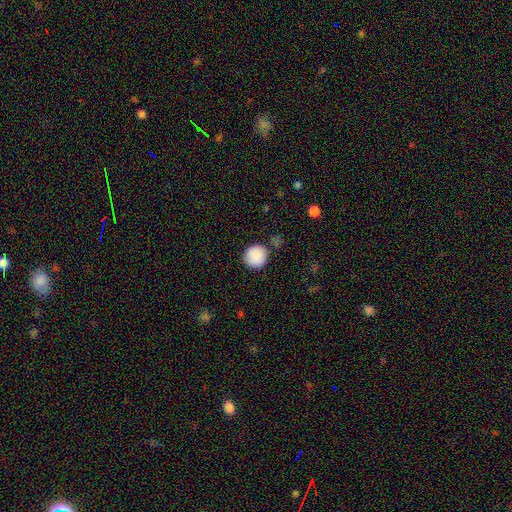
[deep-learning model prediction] smooth 89%, star or artifact 7%, featured or disk 4%. Down the decision tree: how rounded — round (91%); merging — none (80%).